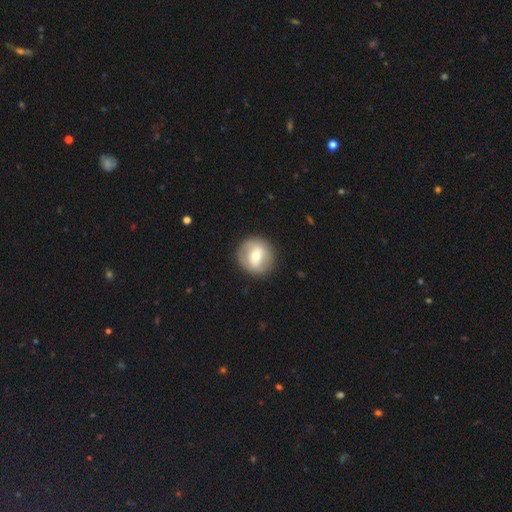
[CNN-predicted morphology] Smooth or featured? smooth (55%)
How rounded? round (90%)
Merging? none (88%)